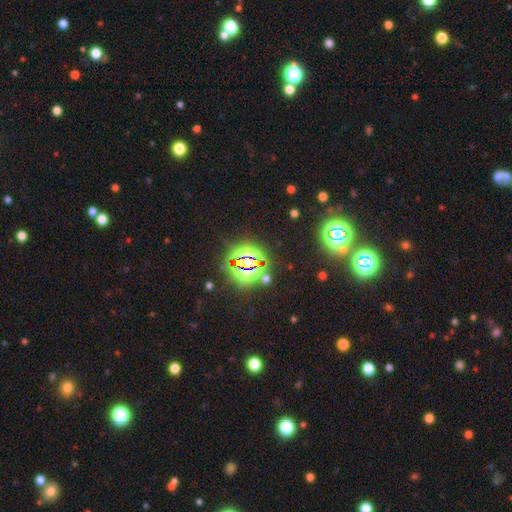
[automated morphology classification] Q: Smooth or featured?
A: star or artifact (82%); runner-up: smooth (12%)